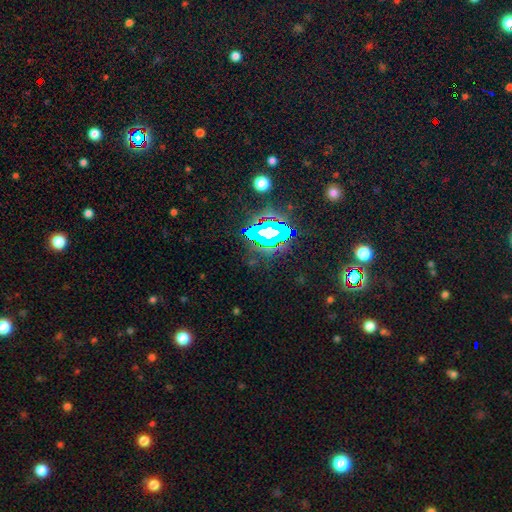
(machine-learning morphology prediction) star or artifact 76%, smooth 13%, featured or disk 11%.